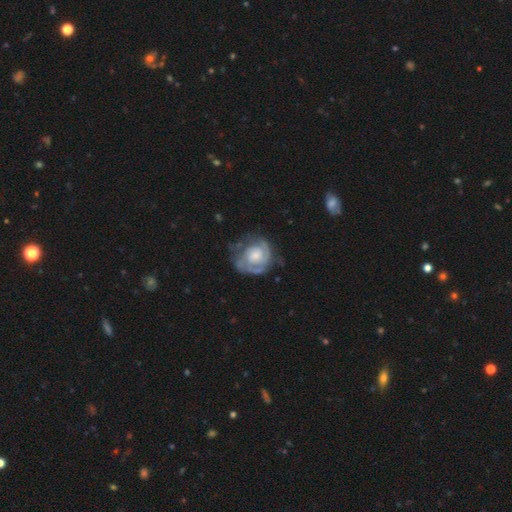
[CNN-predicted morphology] This appears to be a featured or disk galaxy (80%) with no bar (72%), 2 (47%) tight (60%) spiral arms (92%) and a small central bulge (42%). Merging: none (61%).